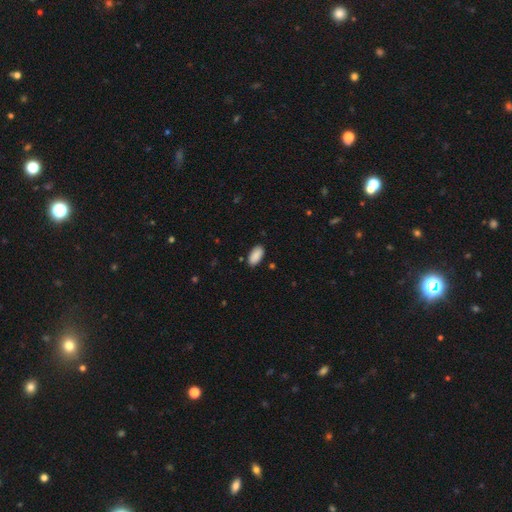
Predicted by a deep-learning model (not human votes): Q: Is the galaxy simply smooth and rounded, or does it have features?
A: smooth — 91%.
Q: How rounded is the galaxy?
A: in between — 94%.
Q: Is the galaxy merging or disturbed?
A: none — 87%.